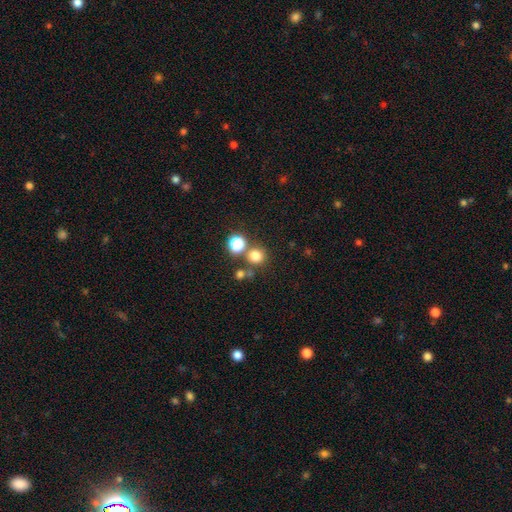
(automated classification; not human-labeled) A smooth galaxy with no disk features (75%) that is round (89%).

Vote fractions:
- Smooth or featured? smooth: 75% / star or artifact: 18% / featured or disk: 6%
- How rounded? round: 89% / in between: 10% / cigar-shaped: 1%
- Merging? none: 70% / merger: 18% / minor disturbance: 8% / major disturbance: 4%